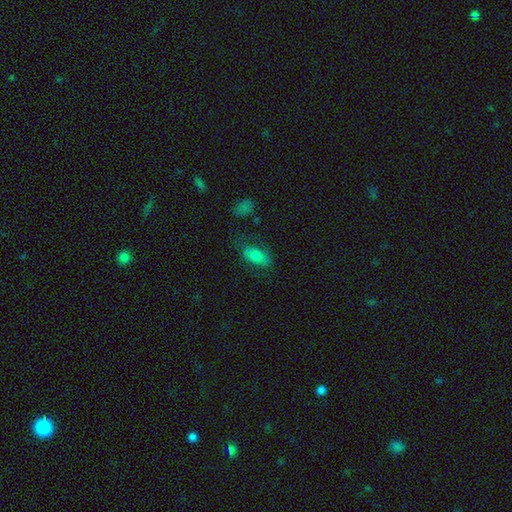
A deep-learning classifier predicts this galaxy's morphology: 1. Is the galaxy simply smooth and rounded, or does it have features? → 78% smooth, 13% featured or disk, 9% star or artifact.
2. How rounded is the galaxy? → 90% in between, 6% cigar-shaped, 4% round.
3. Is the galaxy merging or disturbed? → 70% none, 18% minor disturbance, 8% major disturbance, 4% merger.